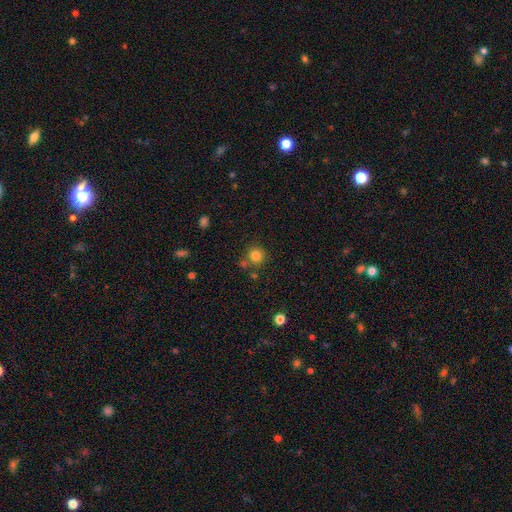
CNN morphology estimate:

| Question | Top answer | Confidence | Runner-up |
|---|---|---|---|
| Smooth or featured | smooth | 81% | star or artifact (12%) |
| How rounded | round | 92% | in between (7%) |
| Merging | none | 73% | merger (13%) |